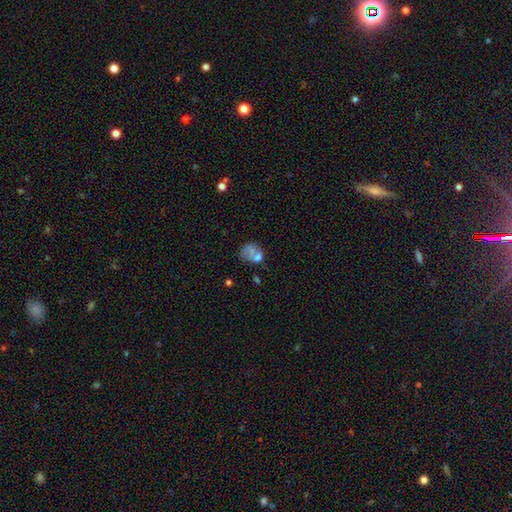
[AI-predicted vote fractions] Smooth or featured: smooth — 64% (featured or disk — 24%)
How rounded: round — 56% (in between — 43%)
Merging: none — 35% (merger — 30%)